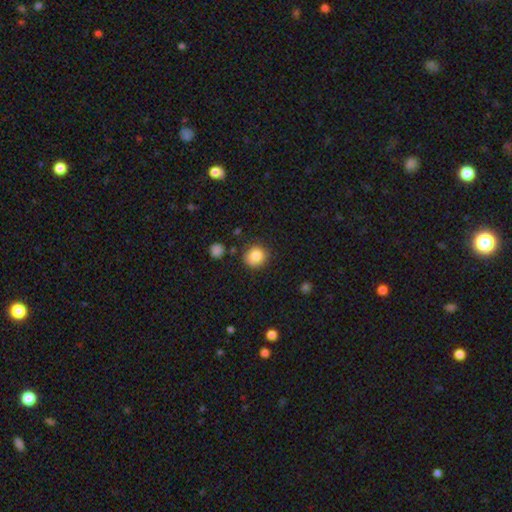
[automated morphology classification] Overall: smooth (86%). How rounded: round (90%). Merging: none (82%).